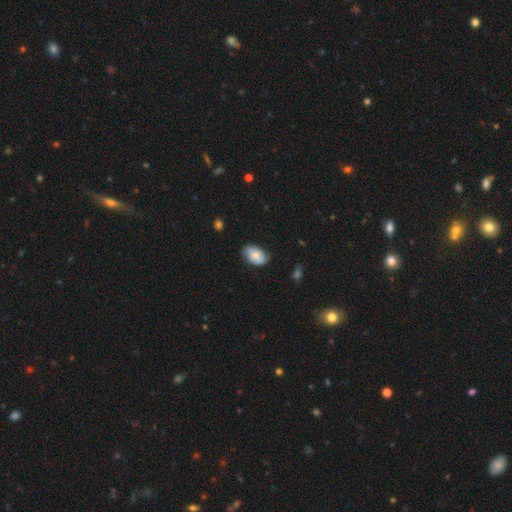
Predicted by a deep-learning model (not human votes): This is likely a smooth galaxy (72%). How rounded: clearly in between (90%). Merging: likely none (73%).